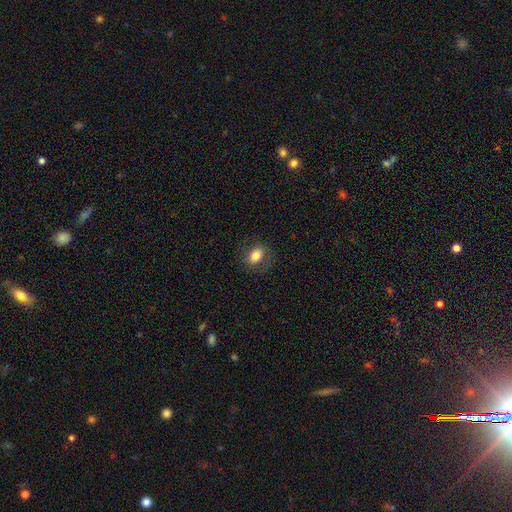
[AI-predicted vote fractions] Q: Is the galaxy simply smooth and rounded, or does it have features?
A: smooth — 75%.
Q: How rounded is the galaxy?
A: in between — 74%.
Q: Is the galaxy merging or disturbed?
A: none — 78%.